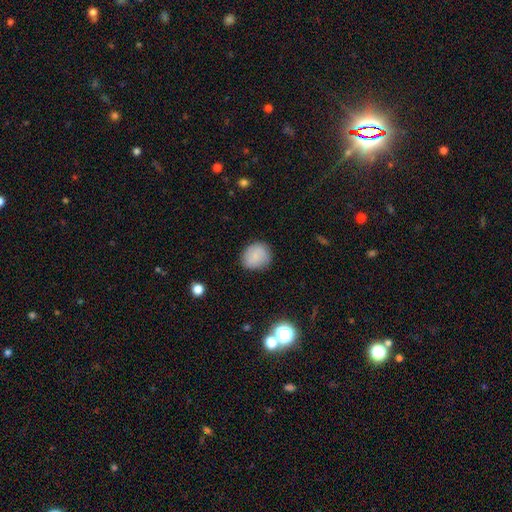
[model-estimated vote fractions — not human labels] smooth_or_featured: smooth (p=0.83) [alt: featured or disk p=0.09]
how_rounded: round (p=0.72) [alt: in between p=0.27]
merging: none (p=0.82) [alt: minor disturbance p=0.14]